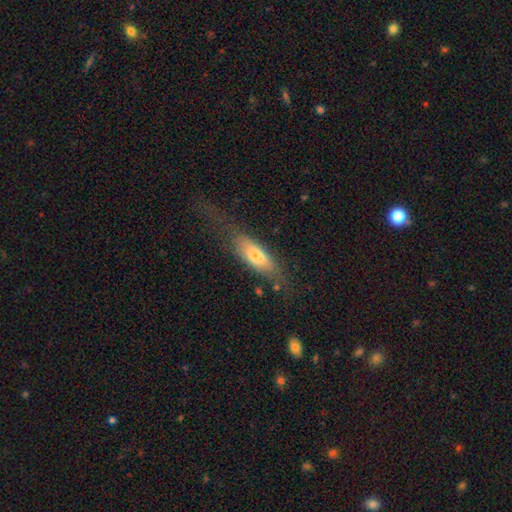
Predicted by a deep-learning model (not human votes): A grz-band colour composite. It shows a smooth galaxy with no disk features (63%) that is in between round and cigar-shaped (58%). Merging: none (41%).